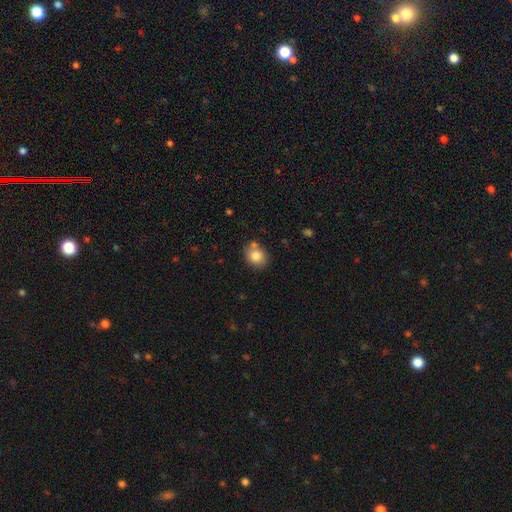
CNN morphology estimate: This is clearly a smooth galaxy (82%). How rounded: likely round (62%). Merging: likely none (70%).